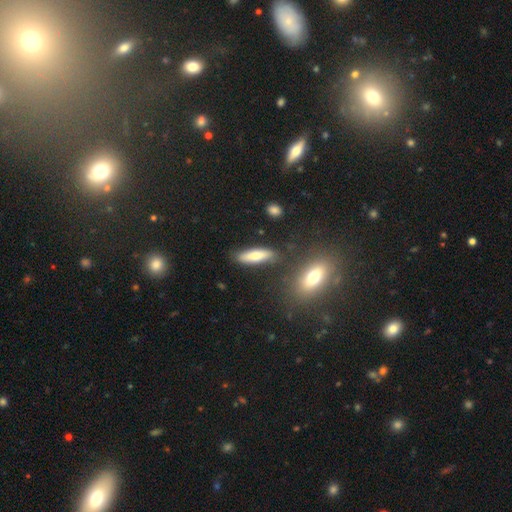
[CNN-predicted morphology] smooth-or-featured: smooth: 71% | featured or disk: 22% | star or artifact: 7%
  how-rounded: cigar-shaped: 57% | in between: 40% | round: 2%
  merging: none: 79% | minor disturbance: 13% | merger: 5% | major disturbance: 3%